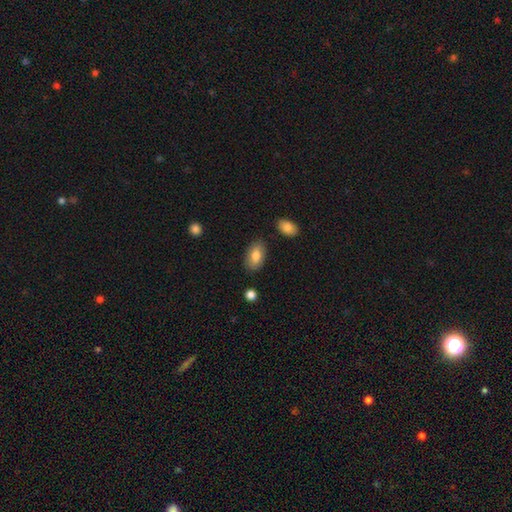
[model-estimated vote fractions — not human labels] smooth_or_featured: smooth (p=0.81) [alt: featured or disk p=0.13]
how_rounded: in between (p=0.93) [alt: round p=0.05]
merging: none (p=0.83) [alt: minor disturbance p=0.12]